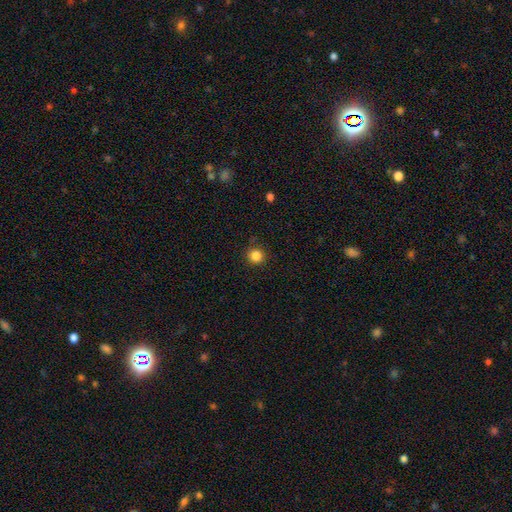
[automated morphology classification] The model was most divided on "smooth or featured": smooth: 85%, star or artifact: 11%, featured or disk: 4%. More confident: how rounded — round (95%); merging — none (89%).